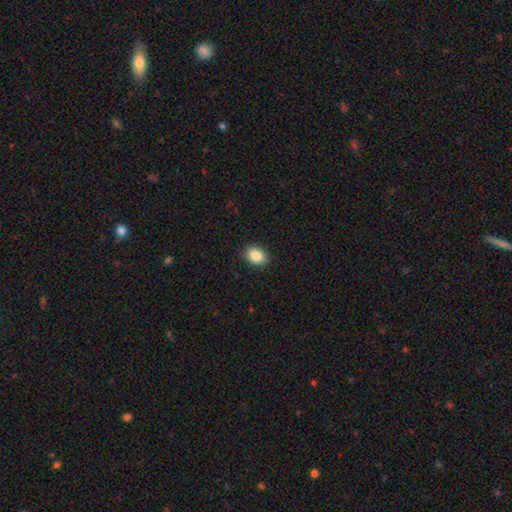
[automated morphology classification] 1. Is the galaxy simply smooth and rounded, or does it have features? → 88% smooth, 8% star or artifact, 4% featured or disk.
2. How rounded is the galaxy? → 74% in between, 25% round, 1% cigar-shaped.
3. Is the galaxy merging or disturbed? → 90% none, 7% minor disturbance, 2% major disturbance, 1% merger.